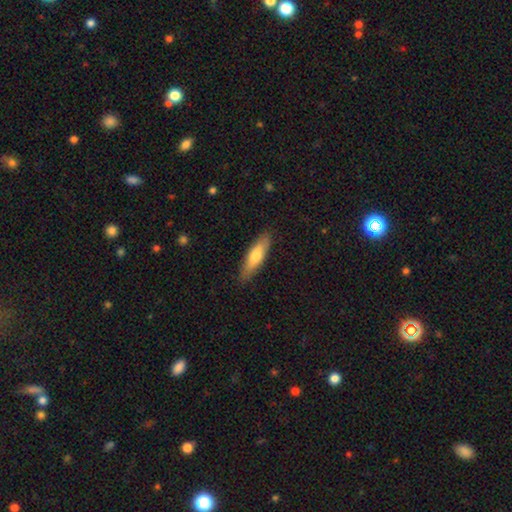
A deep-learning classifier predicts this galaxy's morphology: A smooth galaxy with no disk features (67%) that is cigar-shaped (62%). Merging: none (86%).